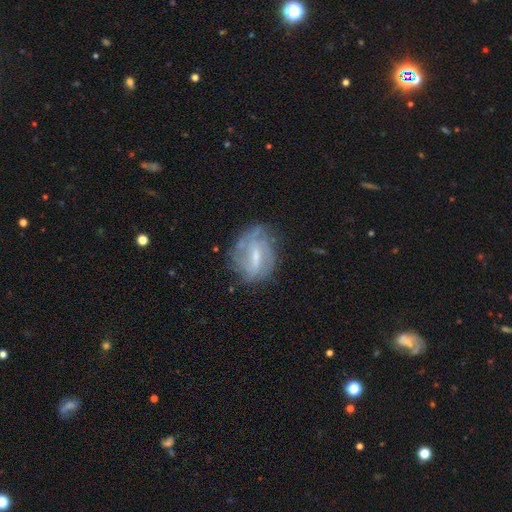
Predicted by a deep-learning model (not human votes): Overall: featured or disk (70%). Edge-on disk: no (95%). Bar: weak (53%; strong 31%). Spiral arms: yes (73%). Bulge size: small (41%; moderate 38%). Merging: none (65%).